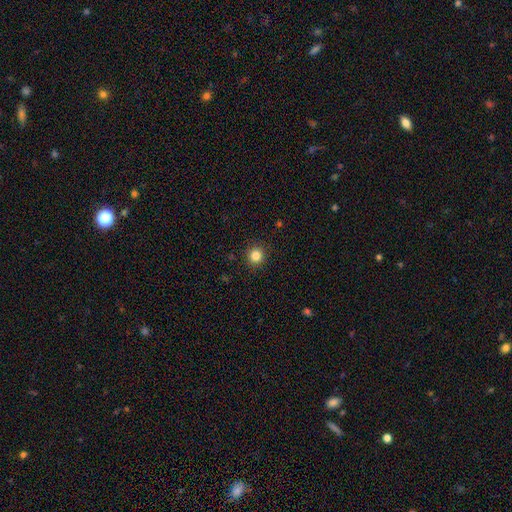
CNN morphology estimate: Overall: smooth (84%). How rounded: round (93%). Merging: none (91%).